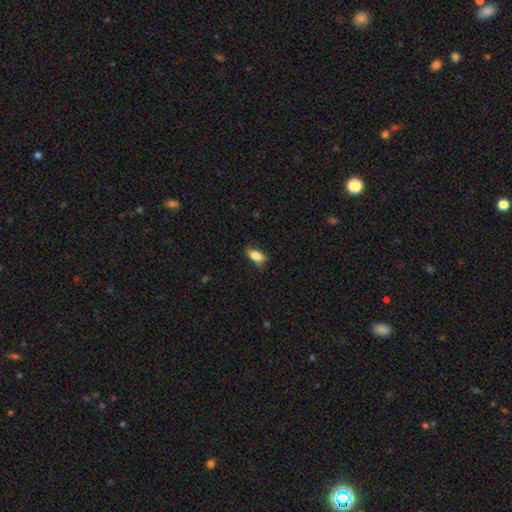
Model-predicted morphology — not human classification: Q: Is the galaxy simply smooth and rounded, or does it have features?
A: smooth — 85%.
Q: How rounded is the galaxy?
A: in between — 86%.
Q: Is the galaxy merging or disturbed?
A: none — 70%.